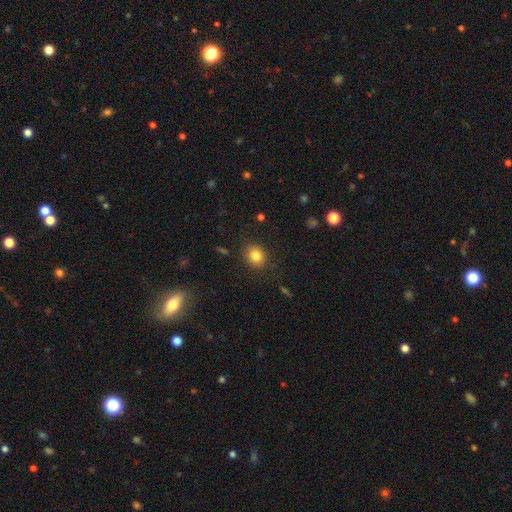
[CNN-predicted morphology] smooth 83%, star or artifact 11%, featured or disk 7%. Down the decision tree: how rounded — round (70%); merging — none (86%).